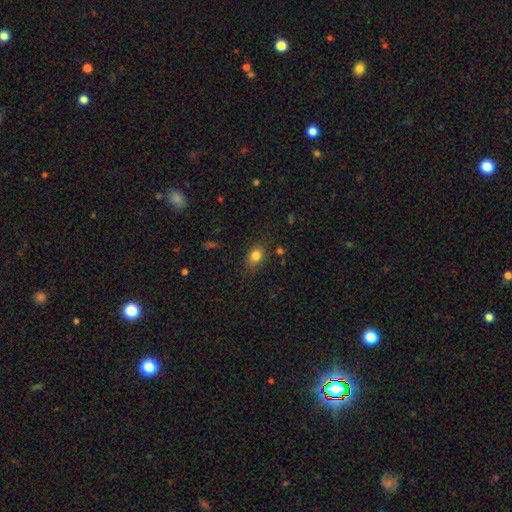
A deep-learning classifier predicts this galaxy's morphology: The model was most divided on "how rounded": in between: 63%, round: 36%, cigar-shaped: 1%. More confident: smooth or featured — smooth (81%); merging — none (81%).